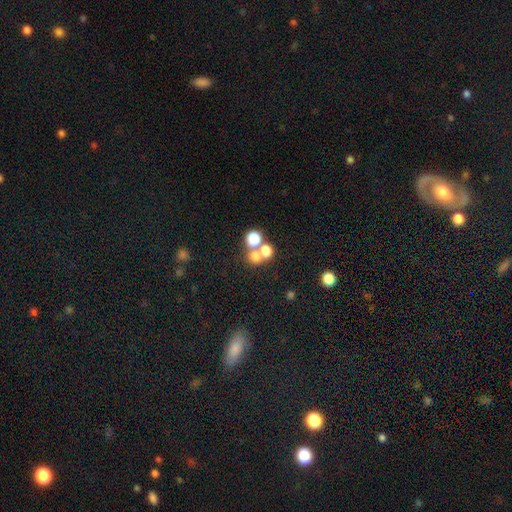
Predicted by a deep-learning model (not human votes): This is likely a smooth galaxy (69%). How rounded: clearly round (83%). Merging: possibly merger (47%).